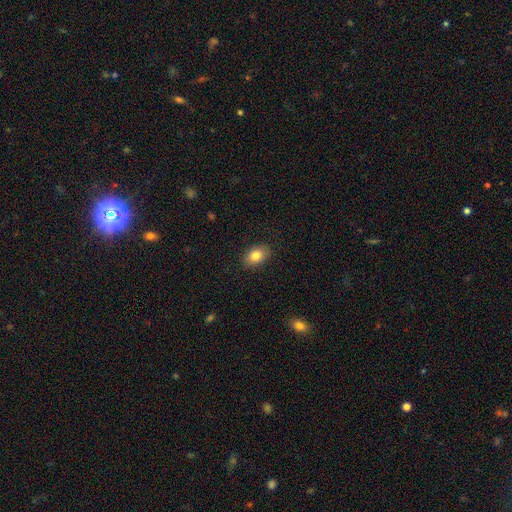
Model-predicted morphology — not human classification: Smooth or featured: smooth — 84% (featured or disk — 8%)
How rounded: in between — 86% (round — 13%)
Merging: none — 87% (minor disturbance — 9%)